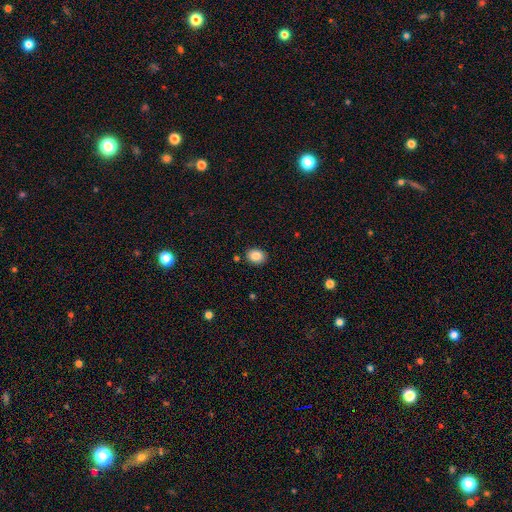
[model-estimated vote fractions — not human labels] Overall: smooth (87%). How rounded: in between (52%; round 47%). Merging: none (88%).